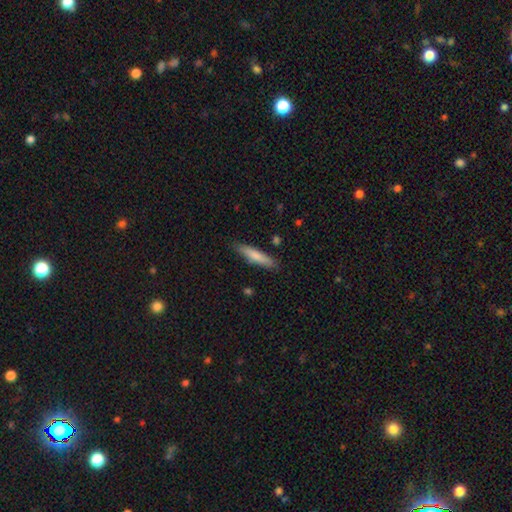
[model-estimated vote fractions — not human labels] Smooth or featured: smooth — 76% (featured or disk — 19%)
How rounded: cigar-shaped — 87% (in between — 12%)
Merging: none — 85% (minor disturbance — 11%)